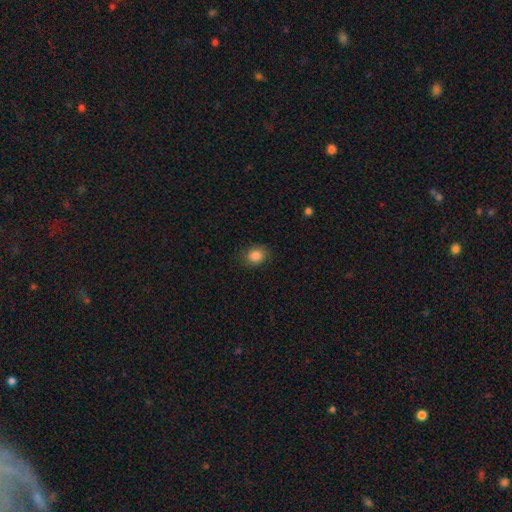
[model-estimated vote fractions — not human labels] Morphology: type=smooth (85%); roundness=round (59%); merging=none (85%).